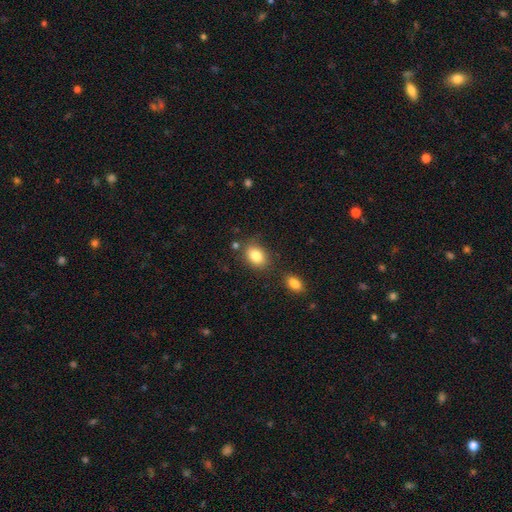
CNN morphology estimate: A smooth galaxy with no disk features (84%) that is in between round and cigar-shaped (74%). Merging: none (75%).